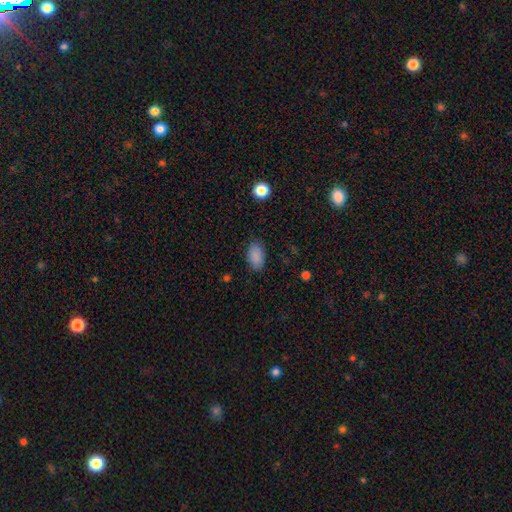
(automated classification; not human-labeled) smooth 88%, star or artifact 8%, featured or disk 4%. Down the decision tree: how rounded — in between (92%); merging — none (84%).